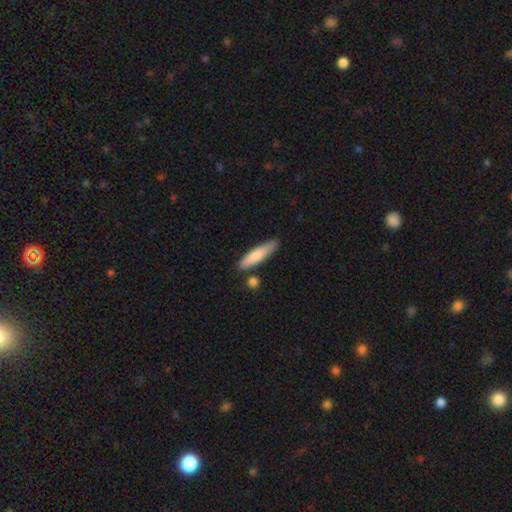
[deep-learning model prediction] smooth 77%, featured or disk 18%, star or artifact 5%. Down the decision tree: how rounded — cigar-shaped (79%); merging — none (77%).